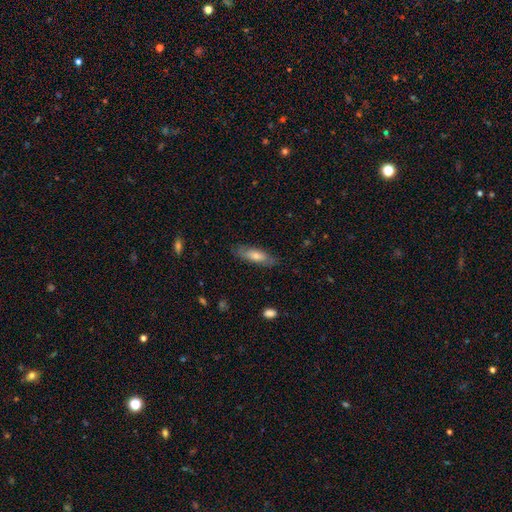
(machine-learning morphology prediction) The model was most divided on "how rounded": cigar-shaped: 50%, in between: 48%, round: 2%. More confident: merging — none (81%); smooth or featured — smooth (60%).